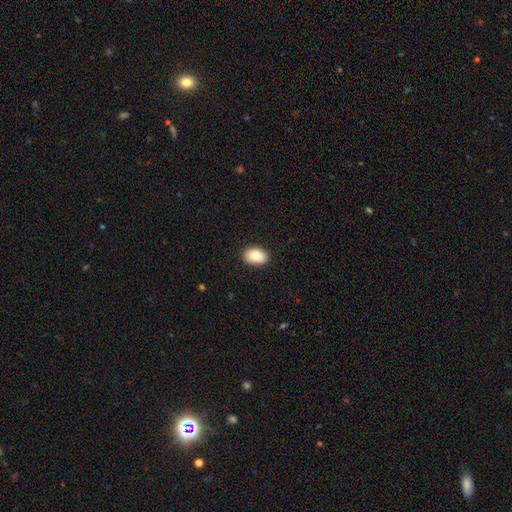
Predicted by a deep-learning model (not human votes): Smooth or featured? smooth (88%)
How rounded? in between (82%)
Merging? none (87%)